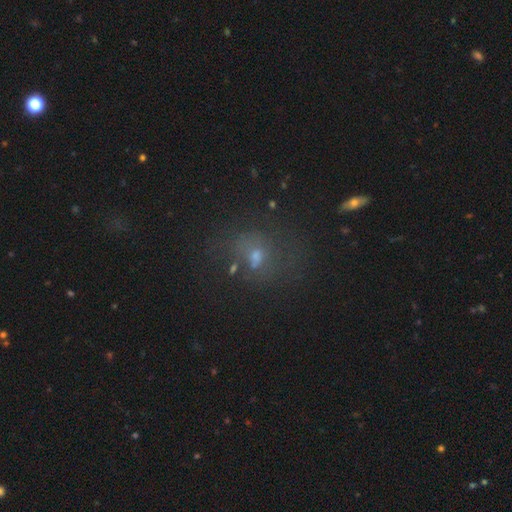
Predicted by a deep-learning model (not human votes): smooth-or-featured: smooth: 50% | star or artifact: 26% | featured or disk: 24%
  merging: none: 55% | minor disturbance: 19% | major disturbance: 15% | merger: 11%